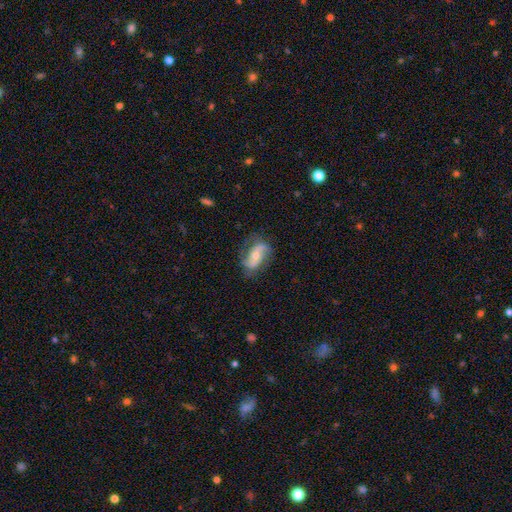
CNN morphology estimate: Smooth or featured?
  - featured or disk: 68% *
  - smooth: 25%
  - star or artifact: 7%
Edge-on disk?
  - no: 94% *
  - yes: 6%
Bar?
  - no: 48% *
  - weak: 31%
  - strong: 21%
Spiral arms?
  - yes: 89% *
  - no: 11%
Spiral winding?
  - loose: 59% *
  - medium: 28%
  - tight: 12%
Spiral arm count?
  - 2: 88% *
  - can't tell: 6%
  - 1: 3%
  - 3: 1%
  - 4: 1%
  - more than 4: 1%
Bulge size?
  - moderate: 48% *
  - small: 46%
  - large: 3%
  - none: 2%
  - dominant: 1%
Merging?
  - none: 71% *
  - minor disturbance: 20%
  - major disturbance: 7%
  - merger: 1%